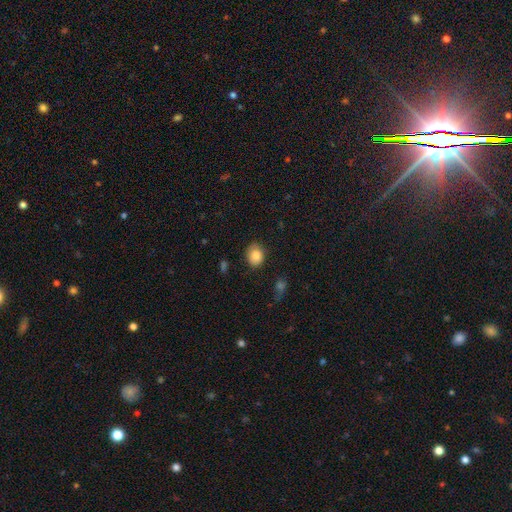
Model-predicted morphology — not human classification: type=smooth (84%); roundness=round (51%); merging=none (79%).